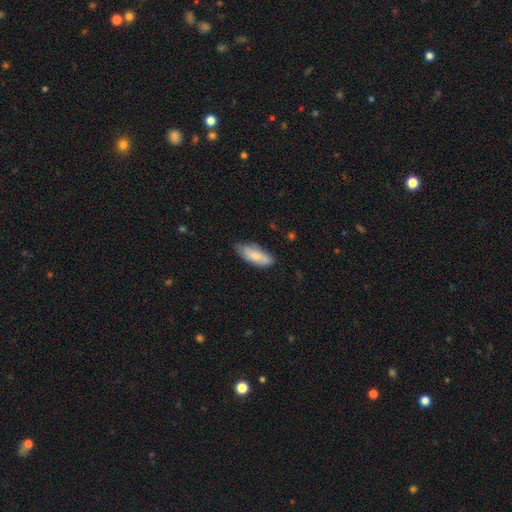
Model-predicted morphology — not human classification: smooth-or-featured: smooth: 71% | featured or disk: 24% | star or artifact: 6%
  how-rounded: in between: 82% | cigar-shaped: 16% | round: 2%
  merging: none: 70% | minor disturbance: 24% | major disturbance: 4% | merger: 2%